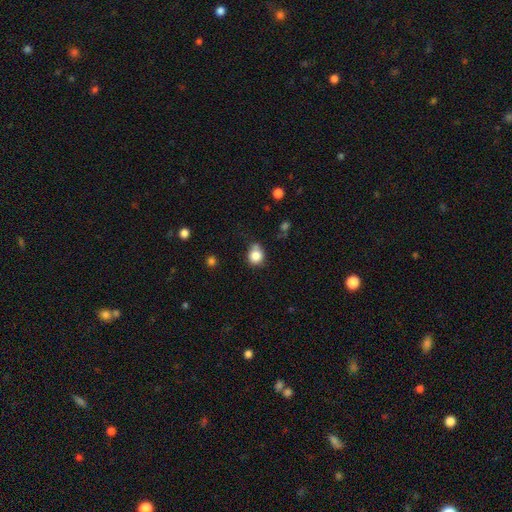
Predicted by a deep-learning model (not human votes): Smooth or featured? smooth (82%)
How rounded? round (77%)
Merging? none (61%)